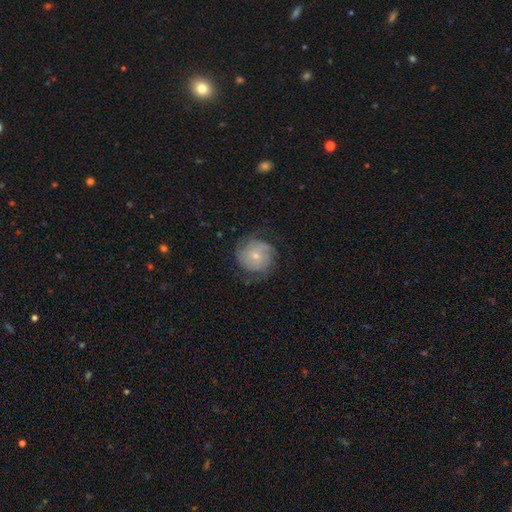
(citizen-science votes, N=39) A featured or disk galaxy (69%) with no bar (65%), 2 (52%) tight (57%) spiral arms (88%) and a small central bulge (85%). Merging: none (67%).